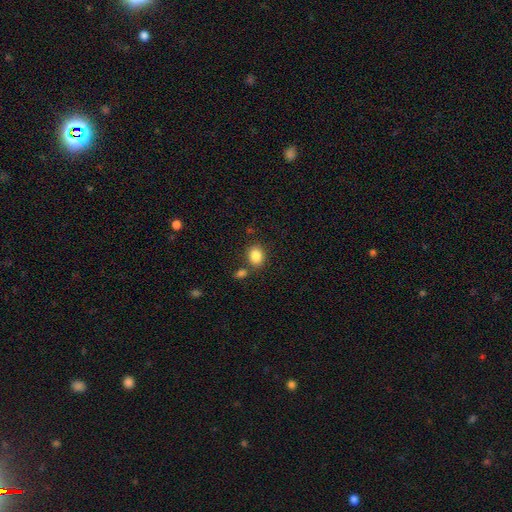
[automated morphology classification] smooth 86%, star or artifact 9%, featured or disk 5%. Down the decision tree: how rounded — in between (54%); merging — none (73%).